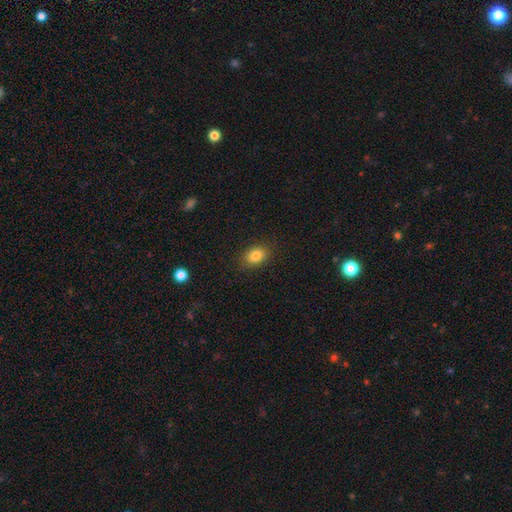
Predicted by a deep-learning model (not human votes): Q: Smooth or featured?
A: smooth (83%); runner-up: star or artifact (10%)
Q: How rounded?
A: in between (68%); runner-up: round (31%)
Q: Merging?
A: none (87%); runner-up: minor disturbance (10%)